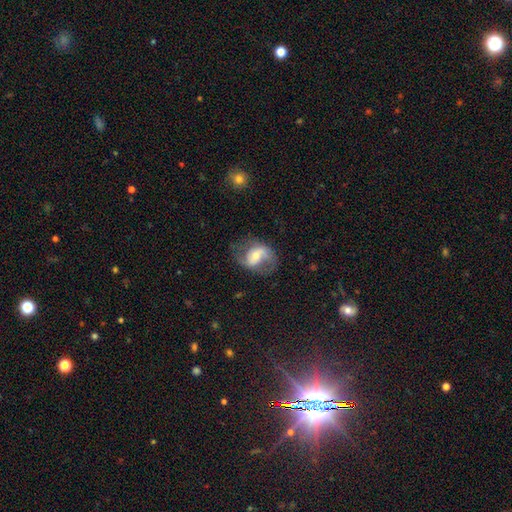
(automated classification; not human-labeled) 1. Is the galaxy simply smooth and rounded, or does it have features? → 72% featured or disk, 21% smooth, 7% star or artifact.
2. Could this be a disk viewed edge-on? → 97% no, 3% yes.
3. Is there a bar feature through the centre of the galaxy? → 40% weak, 36% no, 25% strong.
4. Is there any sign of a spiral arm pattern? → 88% yes, 12% no.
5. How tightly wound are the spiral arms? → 44% loose, 43% medium, 13% tight.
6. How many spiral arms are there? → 86% 2, 6% can't tell, 5% 1, 1% 3, 1% 4, 1% more than 4.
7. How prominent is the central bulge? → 52% moderate, 40% small, 5% large, 2% none, 1% dominant.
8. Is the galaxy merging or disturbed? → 65% none, 19% minor disturbance, 15% major disturbance, 2% merger.